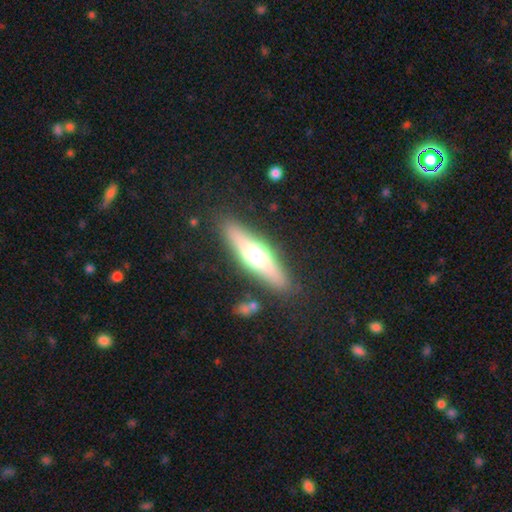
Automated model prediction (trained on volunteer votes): A featured or disk galaxy (49%).

Vote fractions:
- Smooth or featured? featured or disk: 49% / smooth: 45% / star or artifact: 6%
- Merging? none: 85% / minor disturbance: 10% / major disturbance: 3% / merger: 2%